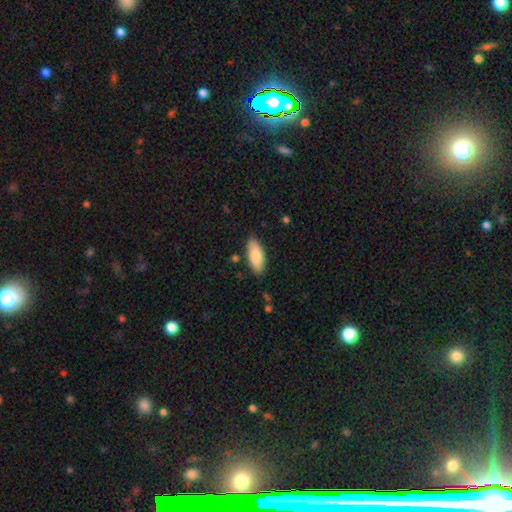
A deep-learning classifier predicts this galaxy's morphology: This appears to be a smooth galaxy with no disk features (84%) that is in between round and cigar-shaped (82%). Merging: none (84%).